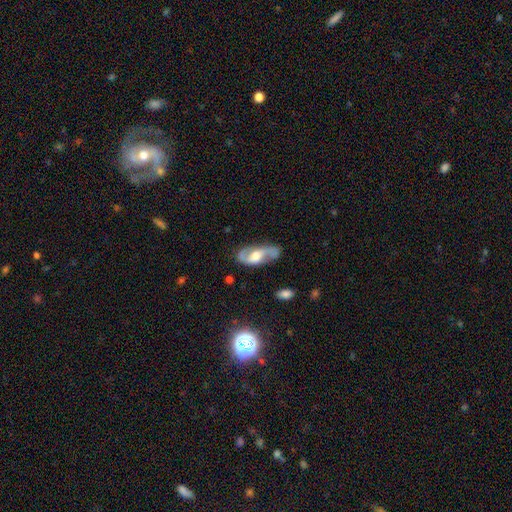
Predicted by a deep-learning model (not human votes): This appears to be a featured or disk galaxy (81%) with no bar (48%), 2 (89%) loose (44%) spiral arms (92%) and a moderate central bulge (67%). Merging: none (71%).